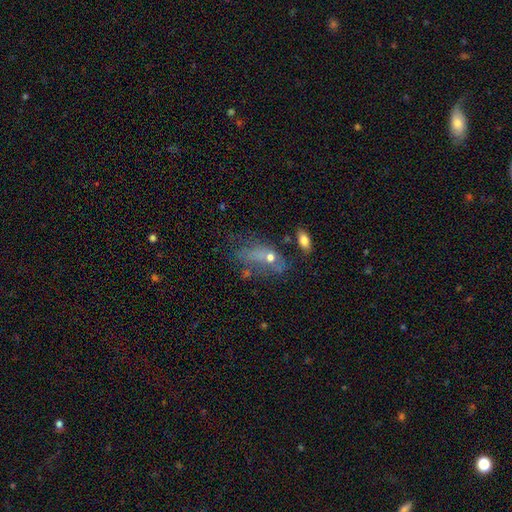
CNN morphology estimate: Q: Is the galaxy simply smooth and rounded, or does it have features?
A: smooth — 46%.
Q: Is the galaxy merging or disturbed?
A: major disturbance — 33%.